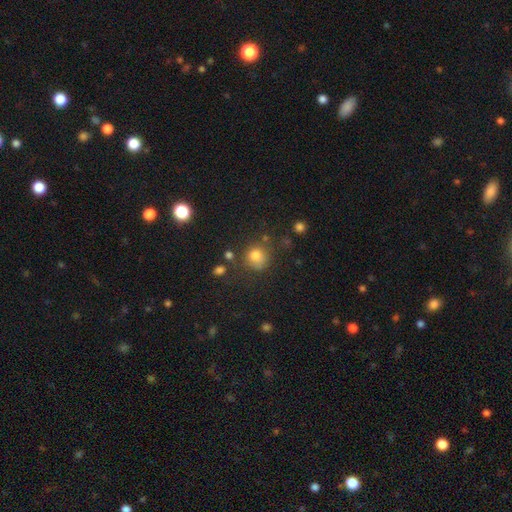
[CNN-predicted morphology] A smooth galaxy with no disk features (78%) that is round (84%).

Vote fractions:
- Smooth or featured? smooth: 78% / star or artifact: 14% / featured or disk: 8%
- How rounded? round: 84% / in between: 15% / cigar-shaped: 1%
- Merging? none: 64% / minor disturbance: 19% / major disturbance: 9% / merger: 8%